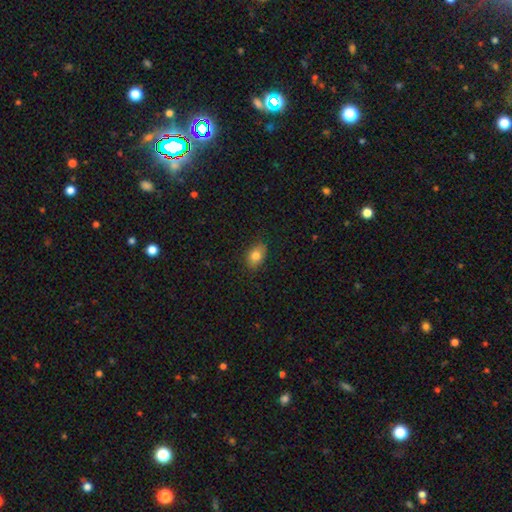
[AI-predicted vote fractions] Q: Smooth or featured?
A: smooth (82%); runner-up: featured or disk (9%)
Q: How rounded?
A: in between (81%); runner-up: round (17%)
Q: Merging?
A: none (83%); runner-up: minor disturbance (13%)